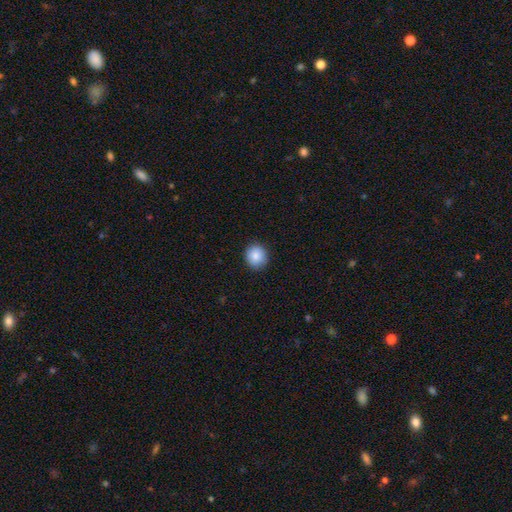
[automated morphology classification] smooth_or_featured: smooth (p=0.87) [alt: star or artifact p=0.08]
how_rounded: round (p=0.83) [alt: in between p=0.16]
merging: none (p=0.89) [alt: minor disturbance p=0.09]